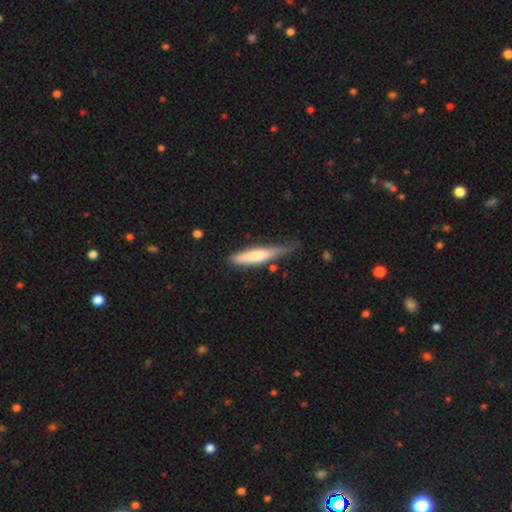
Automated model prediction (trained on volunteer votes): This appears to be a smooth galaxy with no disk features (69%) that is cigar-shaped (82%). Merging: none (46%).